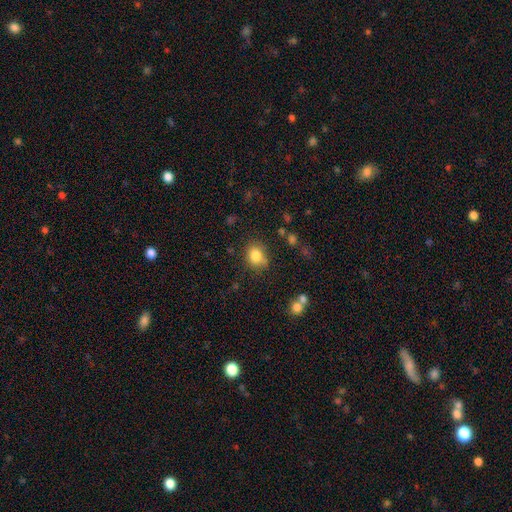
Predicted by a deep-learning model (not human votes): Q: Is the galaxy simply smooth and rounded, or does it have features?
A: smooth — 81%.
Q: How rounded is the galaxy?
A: round — 63%.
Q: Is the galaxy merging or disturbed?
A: none — 68%.